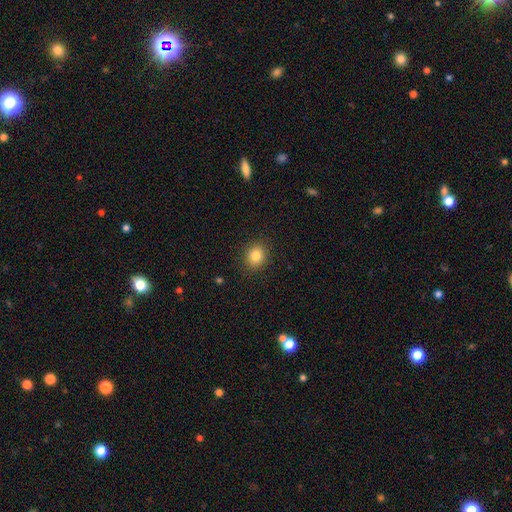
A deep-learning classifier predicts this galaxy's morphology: The model was most divided on "how rounded": round: 71%, in between: 29%, cigar-shaped: 1%. More confident: merging — none (90%); smooth or featured — smooth (84%).